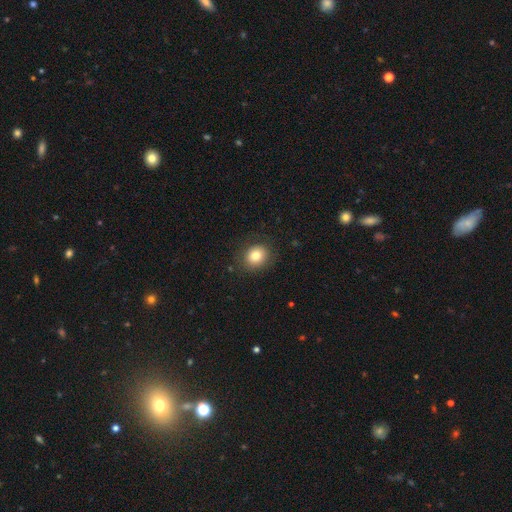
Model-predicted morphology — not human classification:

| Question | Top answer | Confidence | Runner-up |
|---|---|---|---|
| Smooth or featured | smooth | 82% | star or artifact (10%) |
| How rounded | round | 70% | in between (29%) |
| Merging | none | 87% | minor disturbance (9%) |